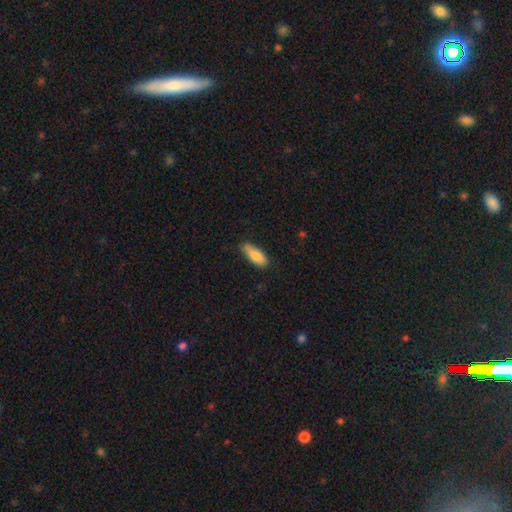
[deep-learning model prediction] Morphology: type=smooth (87%); roundness=in between (74%); merging=none (75%).